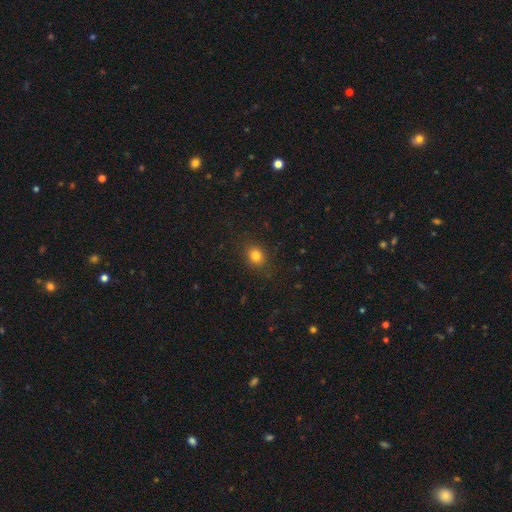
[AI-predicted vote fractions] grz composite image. It shows a smooth galaxy with no disk features (81%) that is round (63%). Merging: none (85%).